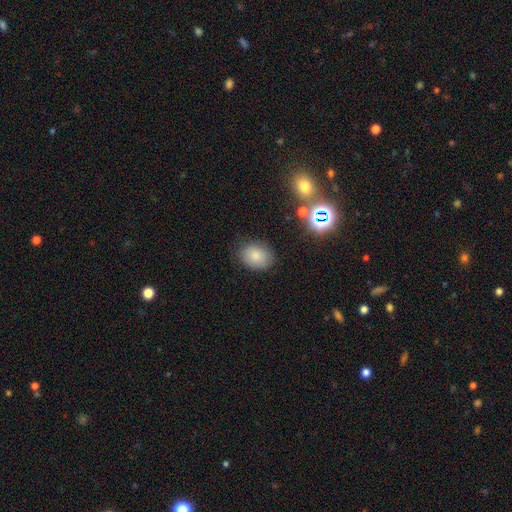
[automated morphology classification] A smooth galaxy with no disk features (83%) that is in between round and cigar-shaped (61%). Merging: none (83%).